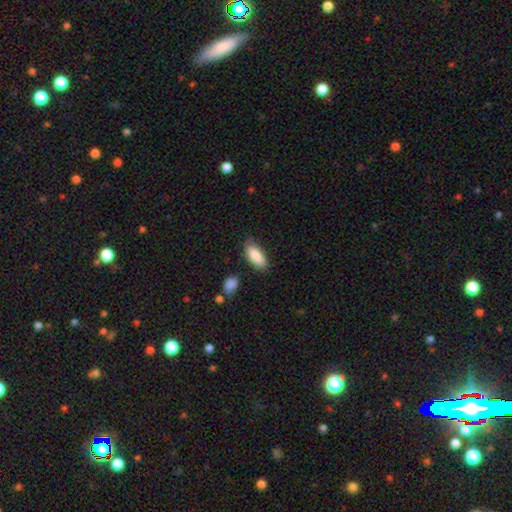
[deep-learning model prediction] This is clearly a smooth galaxy (88%). How rounded: clearly in between (84%). Merging: likely none (77%).